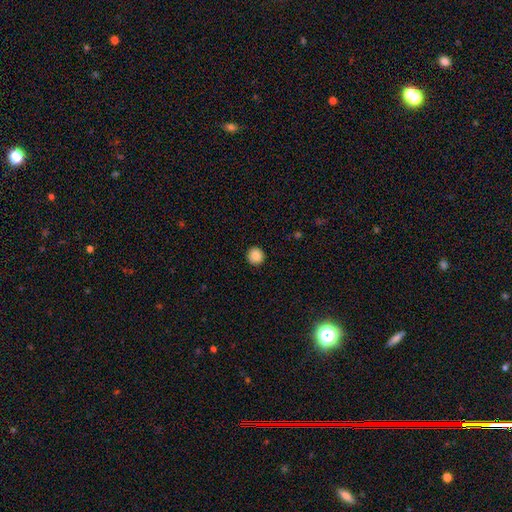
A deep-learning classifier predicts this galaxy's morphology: smooth_or_featured: smooth (p=0.88) [alt: star or artifact p=0.09]
how_rounded: round (p=0.95) [alt: in between p=0.04]
merging: none (p=0.92) [alt: minor disturbance p=0.05]